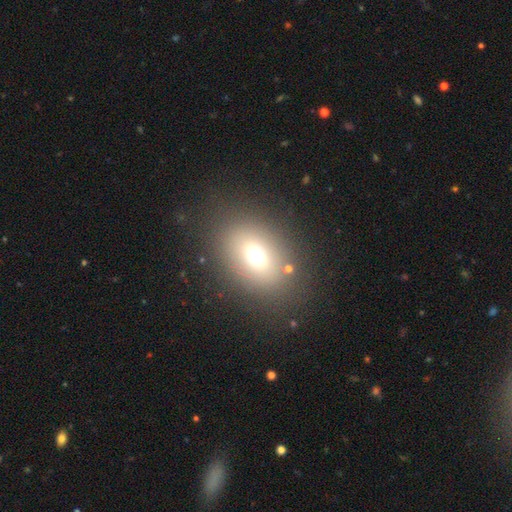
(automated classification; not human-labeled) Smooth or featured: smooth — 68% (star or artifact — 18%)
How rounded: in between — 65% (round — 34%)
Merging: none — 82% (minor disturbance — 9%)